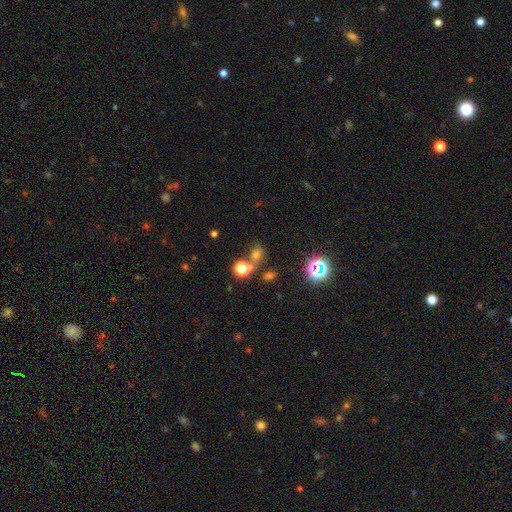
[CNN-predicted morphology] smooth-or-featured: smooth: 51% | star or artifact: 39% | featured or disk: 11%
  how-rounded: round: 71% | in between: 27% | cigar-shaped: 2%
  merging: none: 59% | merger: 26% | minor disturbance: 10% | major disturbance: 6%